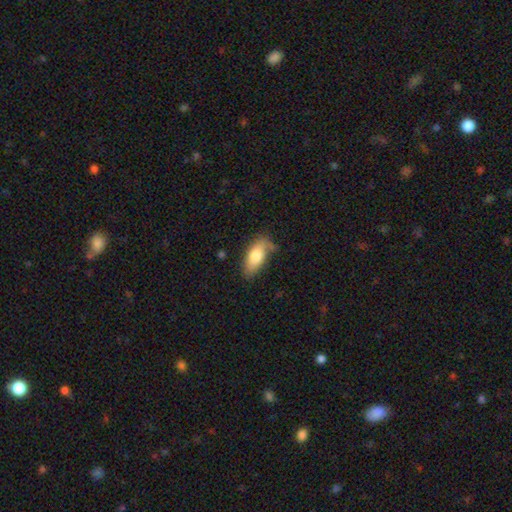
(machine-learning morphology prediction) smooth_or_featured: smooth (p=0.74) [alt: featured or disk p=0.20]
how_rounded: in between (p=0.85) [alt: cigar-shaped p=0.12]
merging: none (p=0.63) [alt: minor disturbance p=0.26]